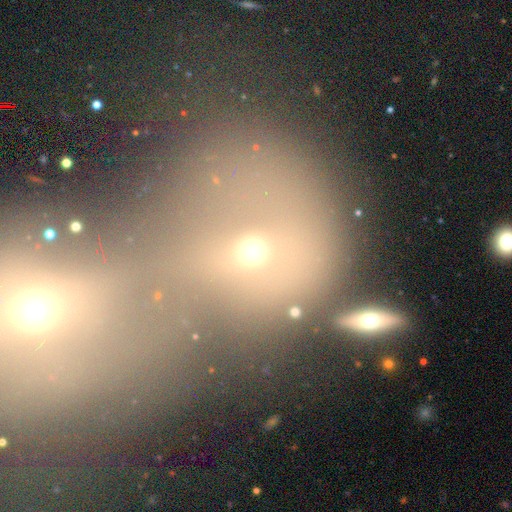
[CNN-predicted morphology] smooth-or-featured: smooth: 54% | featured or disk: 24% | star or artifact: 22%
  how-rounded: round: 68% | in between: 30% | cigar-shaped: 3%
  merging: merger: 71% | none: 16% | major disturbance: 7% | minor disturbance: 6%